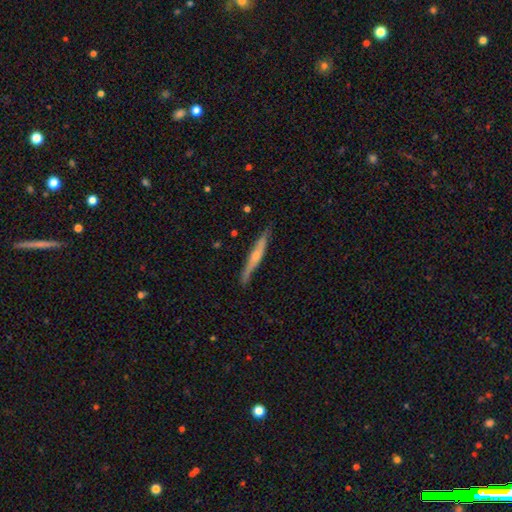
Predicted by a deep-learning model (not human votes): Overall: featured or disk (64%; smooth 30%). Edge-on disk: yes (94%). Edge-on bulge: rounded (72%). Merging: none (83%).